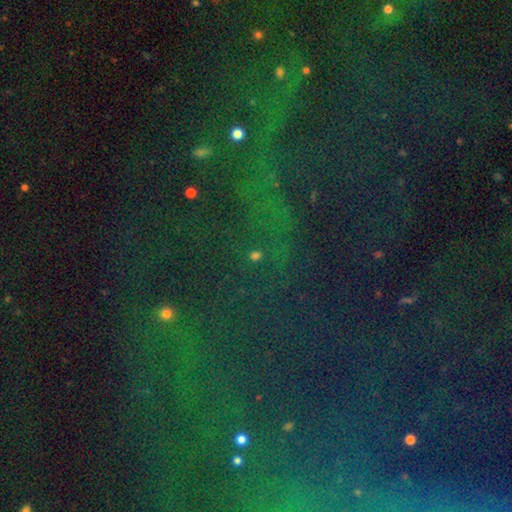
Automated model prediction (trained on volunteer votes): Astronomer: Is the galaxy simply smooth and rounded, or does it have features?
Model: star or artifact — 78%.